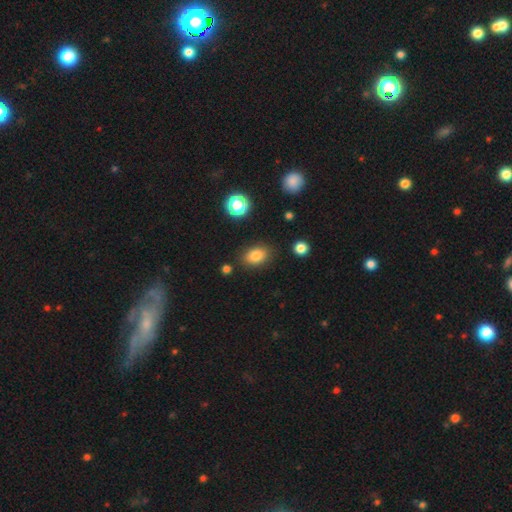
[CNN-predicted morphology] A smooth galaxy with no disk features (81%) that is in between round and cigar-shaped (77%). Merging: none (83%).